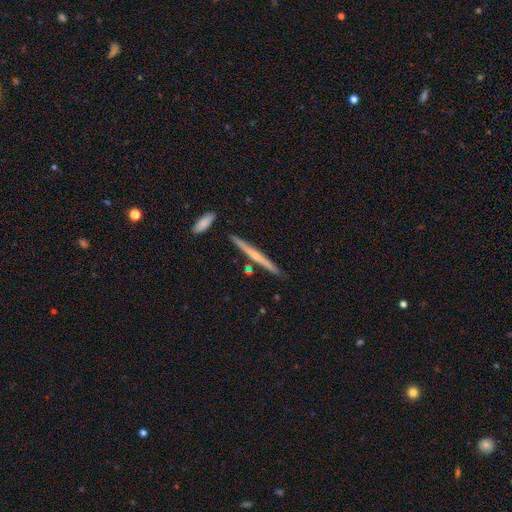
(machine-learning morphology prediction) Smooth or featured? featured or disk (63%)
Edge-on disk? yes (98%)
Edge-on bulge? rounded (56%)
Merging? none (86%)